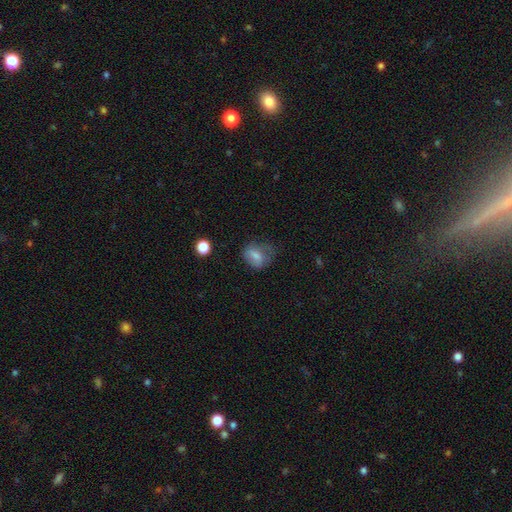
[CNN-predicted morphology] smooth 71%, featured or disk 19%, star or artifact 10%. Down the decision tree: how rounded — in between (56%); merging — none (49%).